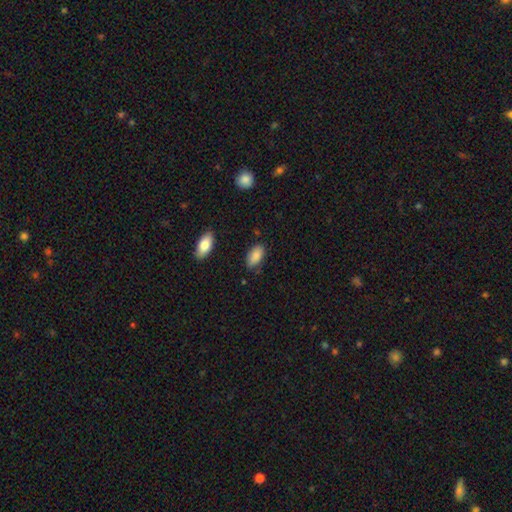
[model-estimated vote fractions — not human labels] smooth-or-featured: smooth: 87% | star or artifact: 7% | featured or disk: 6%
  how-rounded: in between: 94% | round: 3% | cigar-shaped: 3%
  merging: none: 76% | minor disturbance: 18% | major disturbance: 3% | merger: 2%